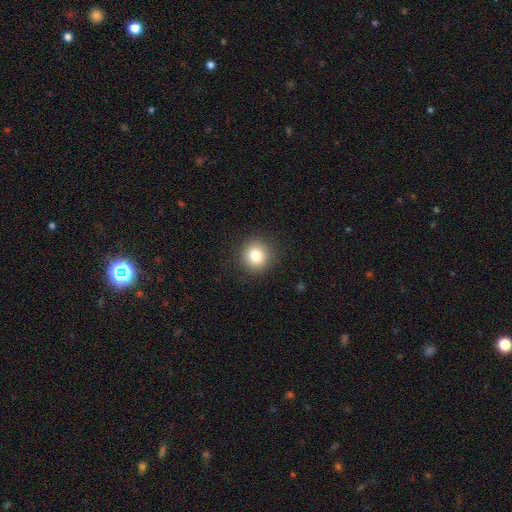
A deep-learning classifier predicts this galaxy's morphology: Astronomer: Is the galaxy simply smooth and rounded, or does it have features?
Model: smooth — 82%.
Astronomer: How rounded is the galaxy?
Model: round — 89%.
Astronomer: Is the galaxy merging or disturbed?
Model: none — 90%.